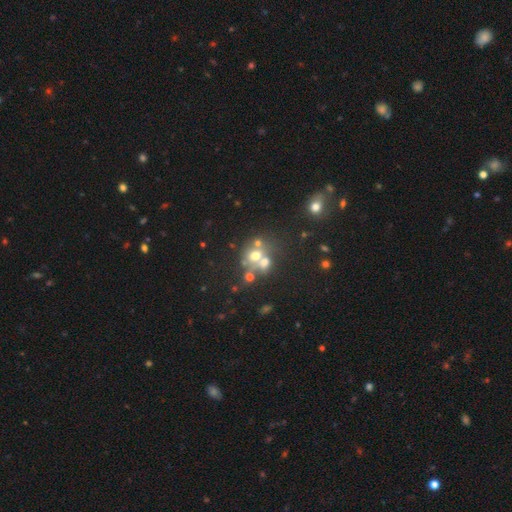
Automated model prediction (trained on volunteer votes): Smooth or featured?
  - smooth: 53% *
  - featured or disk: 27%
  - star or artifact: 20%
How rounded?
  - round: 68% *
  - in between: 31%
  - cigar-shaped: 1%
Merging?
  - merger: 47% *
  - none: 37%
  - minor disturbance: 9%
  - major disturbance: 6%